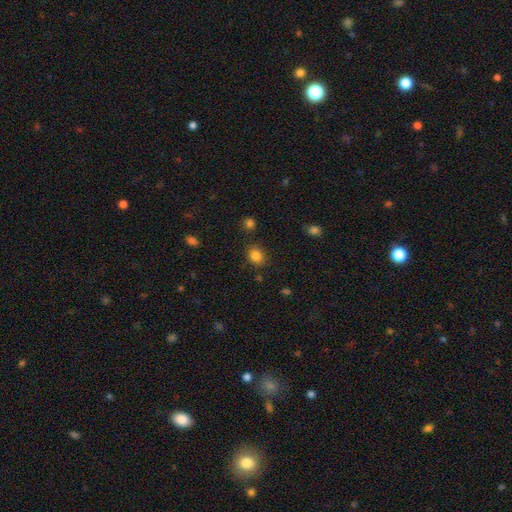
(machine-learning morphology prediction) This appears to be a smooth galaxy with no disk features (84%) that is round (64%). Merging: none (82%).